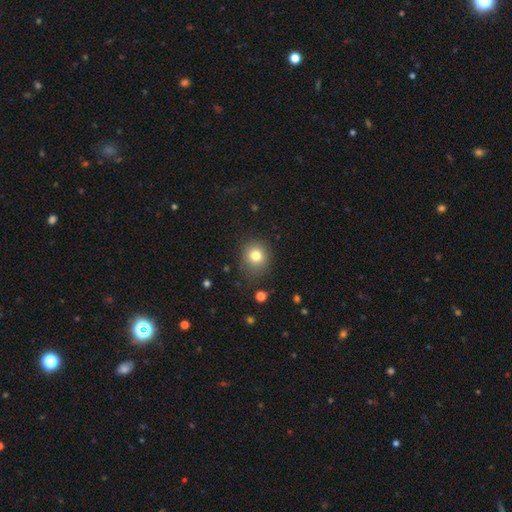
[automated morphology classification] A smooth galaxy with no disk features (79%) that is round (82%). Merging: none (77%).